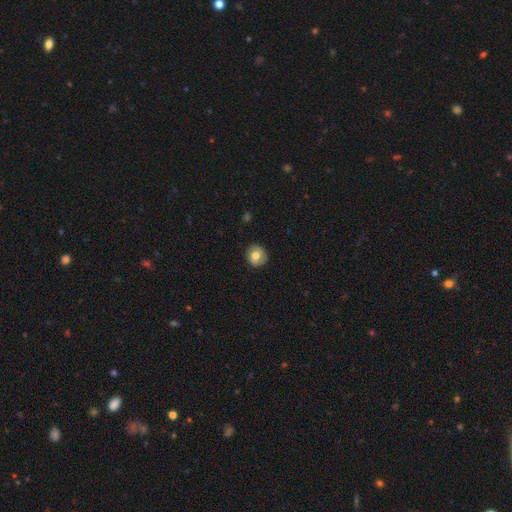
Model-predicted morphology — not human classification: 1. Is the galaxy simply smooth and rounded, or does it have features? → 72% smooth, 20% featured or disk, 8% star or artifact.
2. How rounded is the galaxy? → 89% round, 10% in between, 1% cigar-shaped.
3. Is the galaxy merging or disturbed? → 86% none, 10% minor disturbance, 2% major disturbance, 1% merger.